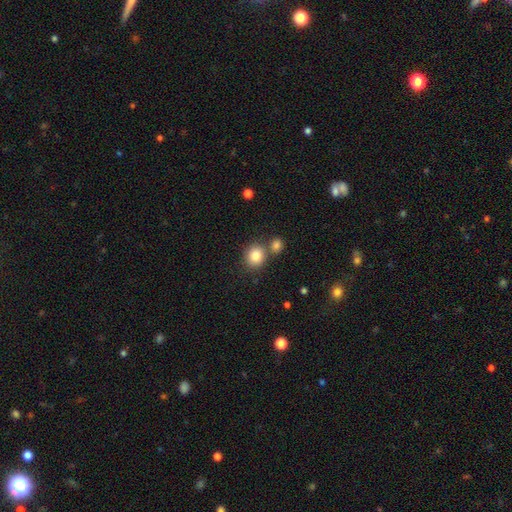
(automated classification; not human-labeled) Morphology: type=smooth (83%); roundness=round (76%); merging=none (63%).